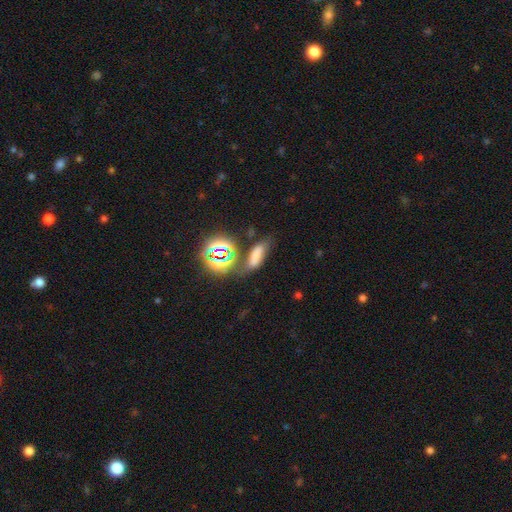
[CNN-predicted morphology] smooth-or-featured: smooth: 58% | star or artifact: 27% | featured or disk: 14%
  how-rounded: in between: 59% | cigar-shaped: 29% | round: 11%
  merging: none: 51% | minor disturbance: 20% | merger: 18% | major disturbance: 11%